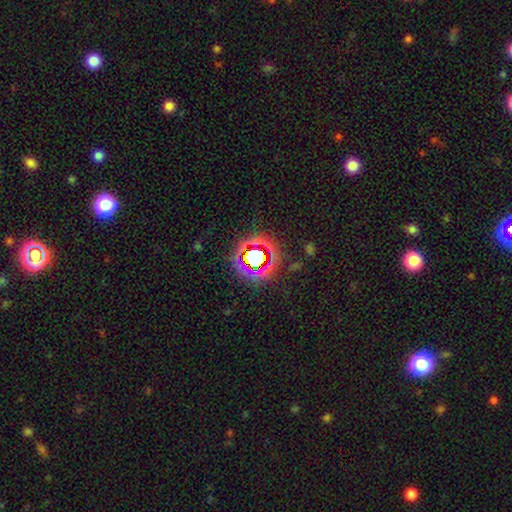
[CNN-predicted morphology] smooth-or-featured: star or artifact: 74% | smooth: 15% | featured or disk: 11%